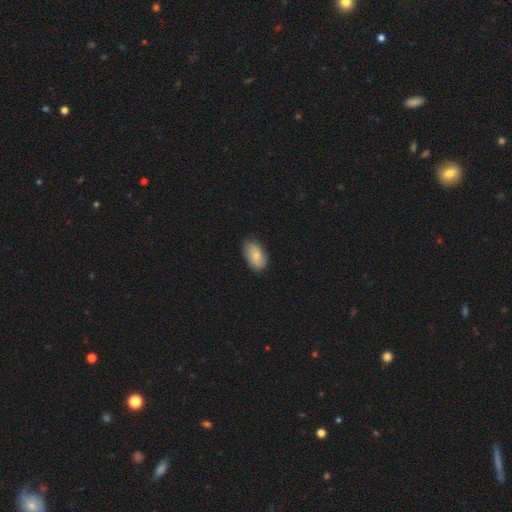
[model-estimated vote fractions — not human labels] Smooth or featured: smooth — 77% (featured or disk — 17%)
How rounded: in between — 93% (round — 5%)
Merging: none — 76% (minor disturbance — 20%)